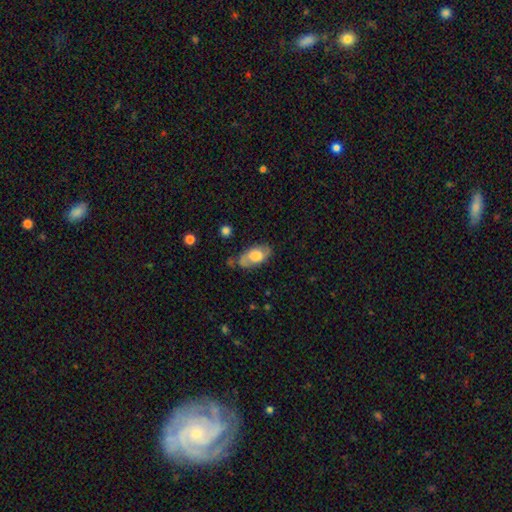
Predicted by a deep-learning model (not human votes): Q: Smooth or featured?
A: smooth (48%); runner-up: featured or disk (45%)
Q: Merging?
A: none (64%); runner-up: minor disturbance (25%)